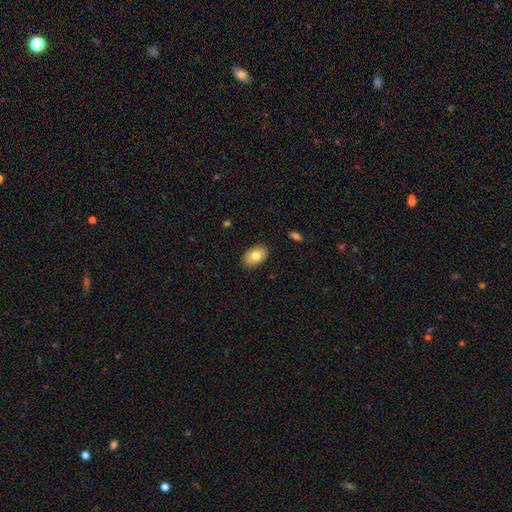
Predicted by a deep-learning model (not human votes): smooth-or-featured: smooth: 77% | featured or disk: 16% | star or artifact: 7%
  how-rounded: in between: 89% | round: 10% | cigar-shaped: 1%
  merging: none: 87% | minor disturbance: 10% | major disturbance: 2% | merger: 1%